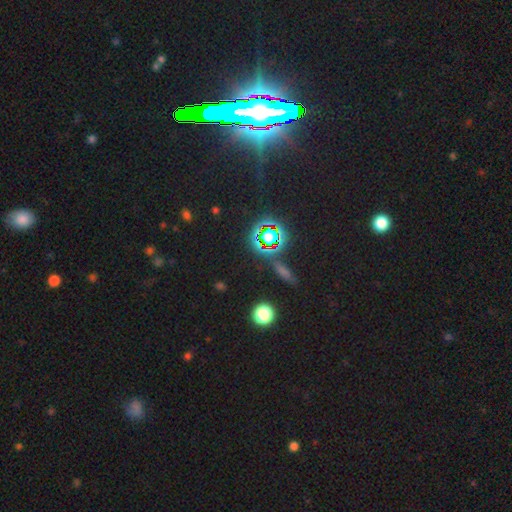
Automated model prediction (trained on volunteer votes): The model was most divided on "smooth or featured": star or artifact: 82%, smooth: 10%, featured or disk: 8%.